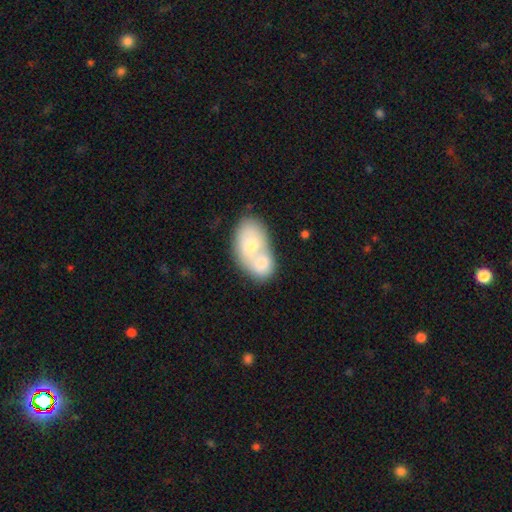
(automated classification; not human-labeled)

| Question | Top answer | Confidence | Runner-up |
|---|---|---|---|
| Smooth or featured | smooth | 62% | featured or disk (32%) |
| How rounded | in between | 82% | round (16%) |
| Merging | merger | 71% | none (18%) |